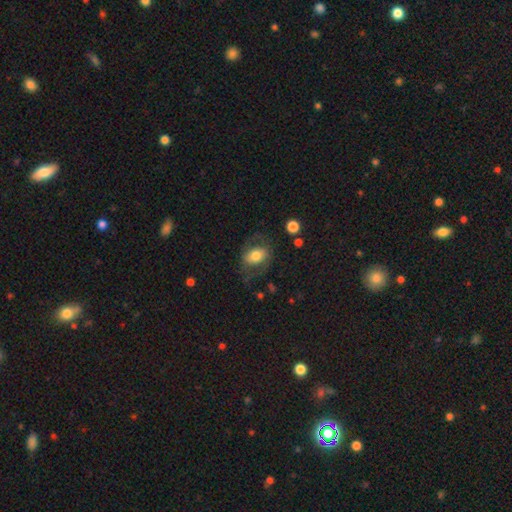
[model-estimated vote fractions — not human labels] smooth_or_featured: smooth (p=0.57) [alt: featured or disk p=0.36]
how_rounded: in between (p=0.69) [alt: round p=0.29]
merging: none (p=0.62) [alt: minor disturbance p=0.19]